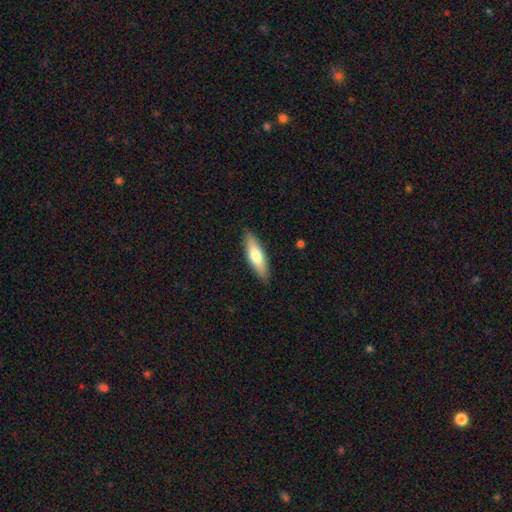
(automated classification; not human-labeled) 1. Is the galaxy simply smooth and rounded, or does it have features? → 68% smooth, 27% featured or disk, 5% star or artifact.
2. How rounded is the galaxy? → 58% cigar-shaped, 41% in between, 2% round.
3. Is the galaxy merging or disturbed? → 88% none, 9% minor disturbance, 2% major disturbance, 1% merger.